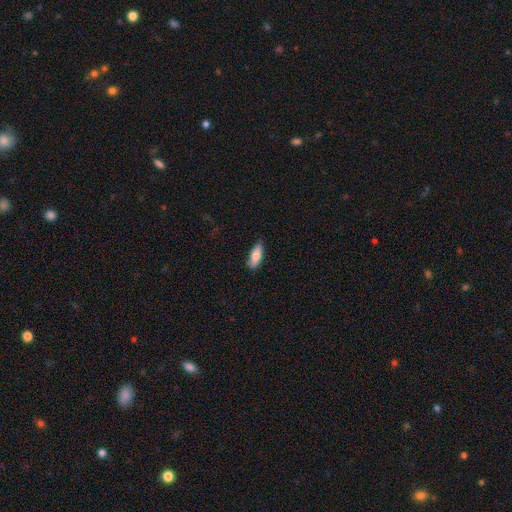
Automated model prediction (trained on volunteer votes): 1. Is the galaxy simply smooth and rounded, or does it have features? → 78% smooth, 16% featured or disk, 6% star or artifact.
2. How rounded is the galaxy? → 64% in between, 34% cigar-shaped, 2% round.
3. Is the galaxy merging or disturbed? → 83% none, 14% minor disturbance, 2% major disturbance, 1% merger.